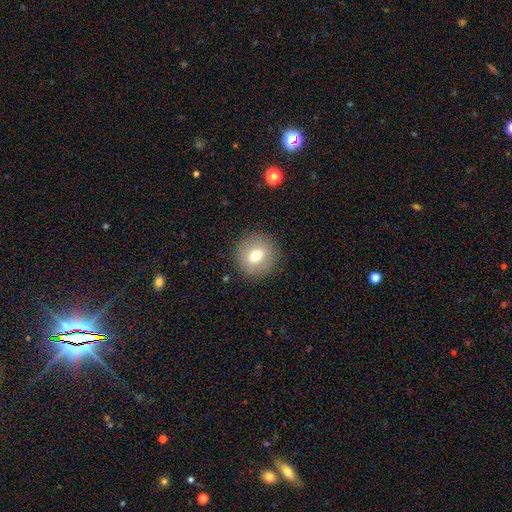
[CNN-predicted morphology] type=smooth (71%); roundness=round (89%); merging=none (88%).